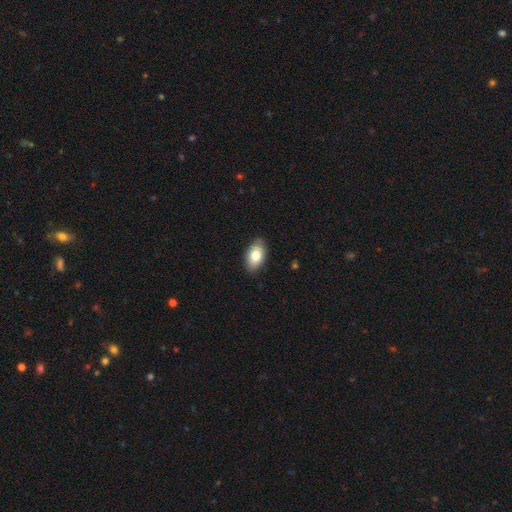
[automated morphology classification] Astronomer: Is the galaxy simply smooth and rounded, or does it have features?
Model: smooth — 79%.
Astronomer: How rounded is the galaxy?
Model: in between — 93%.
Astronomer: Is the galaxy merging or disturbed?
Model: none — 87%.